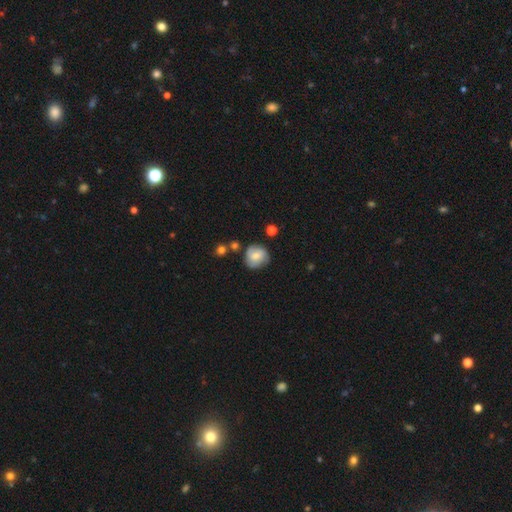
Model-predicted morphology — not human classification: This is likely a smooth galaxy (63%). How rounded: clearly round (86%). Merging: likely none (69%).